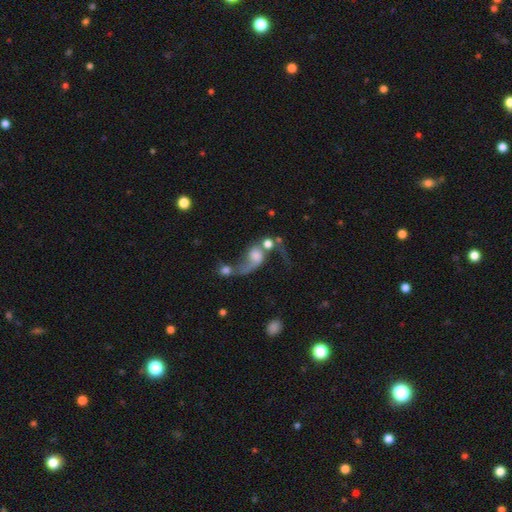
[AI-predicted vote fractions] A featured or disk galaxy (60%) with no bar (68%), spiral arms (77%) and a moderate central bulge (31%). Merging: merger (47%).